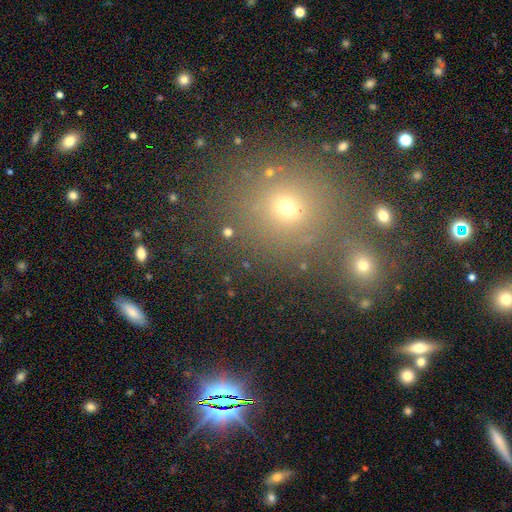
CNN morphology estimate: Smooth or featured? smooth (47%)
Merging? none (79%)